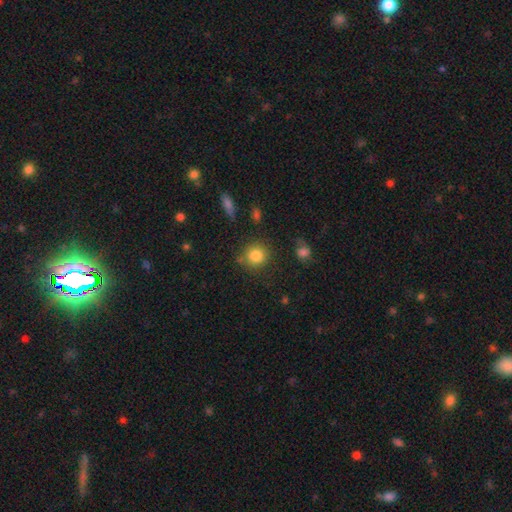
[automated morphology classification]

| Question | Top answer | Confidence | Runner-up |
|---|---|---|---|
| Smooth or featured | smooth | 83% | star or artifact (10%) |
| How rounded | round | 88% | in between (11%) |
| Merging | none | 79% | minor disturbance (12%) |